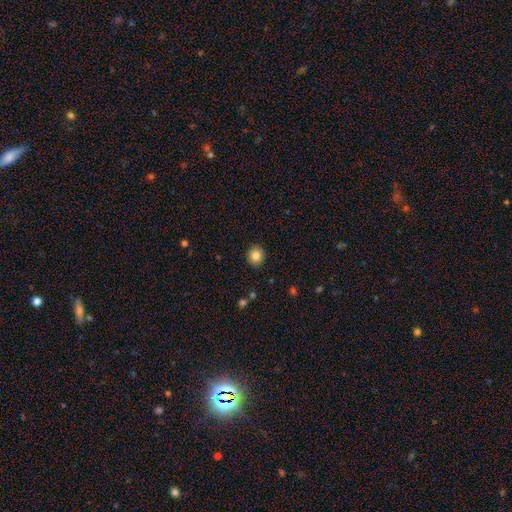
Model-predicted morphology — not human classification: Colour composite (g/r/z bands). It shows a smooth galaxy with no disk features (83%) that is round (90%). Merging: none (91%).